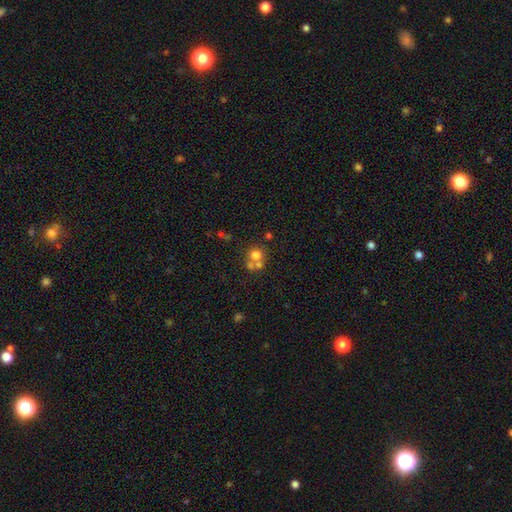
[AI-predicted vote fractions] Q: Smooth or featured?
A: smooth (68%); runner-up: featured or disk (17%)
Q: How rounded?
A: round (85%); runner-up: in between (14%)
Q: Merging?
A: merger (45%); runner-up: none (44%)